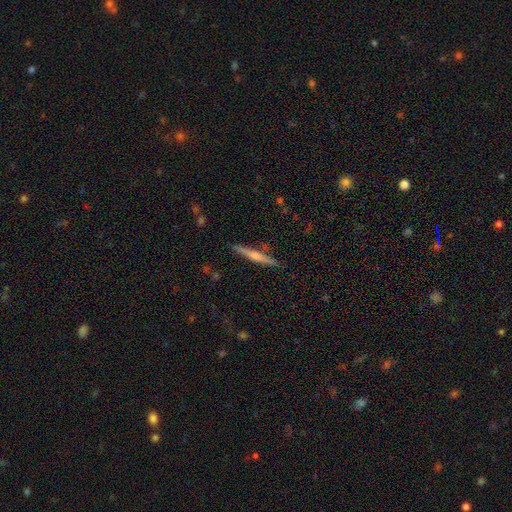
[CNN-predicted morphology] Overall: featured or disk (59%; smooth 35%). Edge-on disk: yes (98%). Edge-on bulge: rounded (71%). Merging: none (89%).